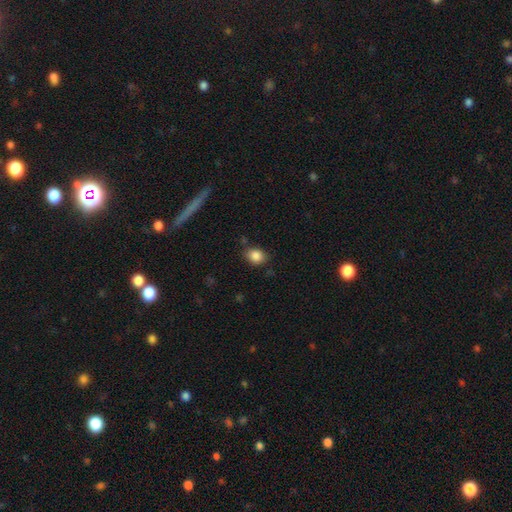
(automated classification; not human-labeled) smooth 86%, star or artifact 9%, featured or disk 5%. Down the decision tree: how rounded — round (50%); merging — none (77%).